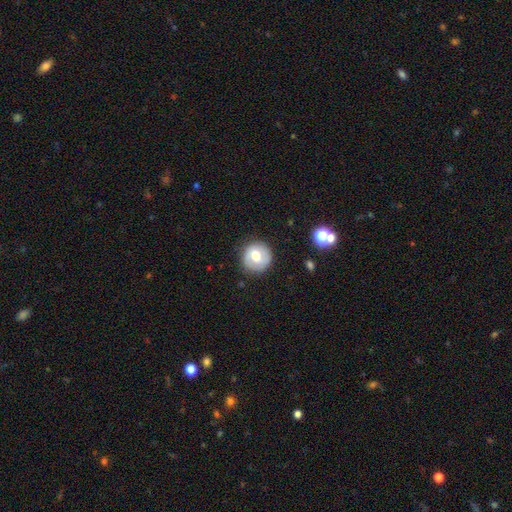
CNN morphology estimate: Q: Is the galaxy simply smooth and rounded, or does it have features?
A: smooth — 57%.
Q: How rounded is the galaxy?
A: round — 91%.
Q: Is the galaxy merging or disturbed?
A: none — 83%.